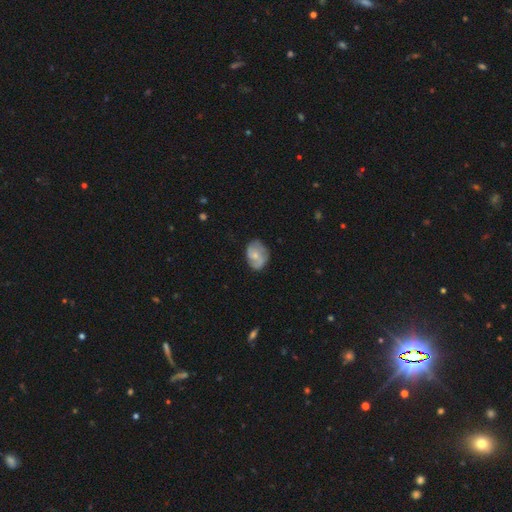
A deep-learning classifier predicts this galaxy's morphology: smooth 48%, featured or disk 45%, star or artifact 7%. Down the decision tree: merging — none (65%).